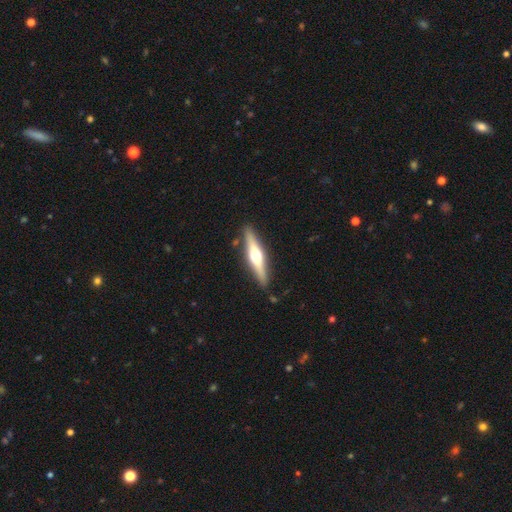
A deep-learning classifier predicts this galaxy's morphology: Smooth or featured?
  - featured or disk: 67% *
  - smooth: 28%
  - star or artifact: 5%
Edge-on disk?
  - yes: 96% *
  - no: 4%
Edge-on bulge?
  - rounded: 95% *
  - boxy: 3%
  - none: 2%
Merging?
  - none: 88% *
  - minor disturbance: 9%
  - merger: 2%
  - major disturbance: 2%